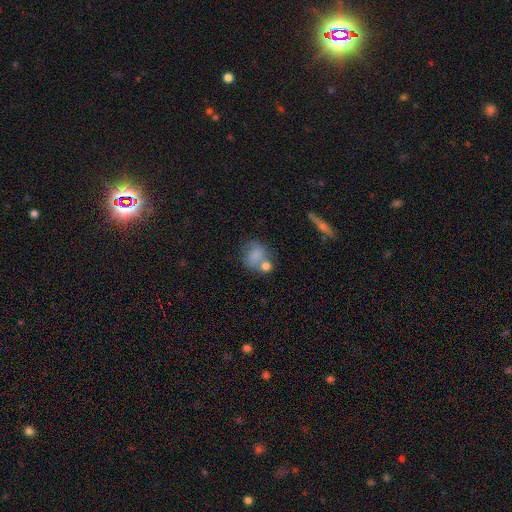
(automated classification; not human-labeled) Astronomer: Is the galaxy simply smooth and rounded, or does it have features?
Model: smooth — 68%.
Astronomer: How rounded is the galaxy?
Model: round — 62%.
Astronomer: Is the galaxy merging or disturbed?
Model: none — 40% (runner-up: merger, 30%).